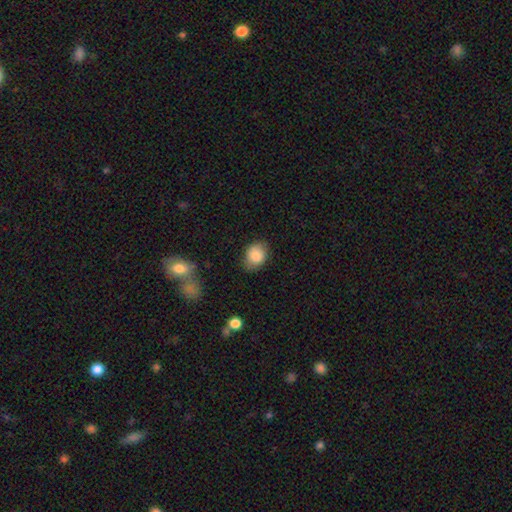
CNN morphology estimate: type=smooth (84%); roundness=in between (63%); merging=none (77%).